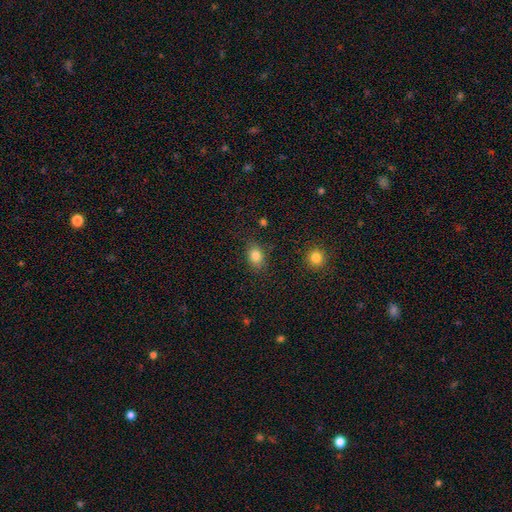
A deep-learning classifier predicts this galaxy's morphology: The model was most divided on "how rounded": in between: 70%, round: 29%, cigar-shaped: 2%. More confident: smooth or featured — smooth (83%); merging — none (81%).